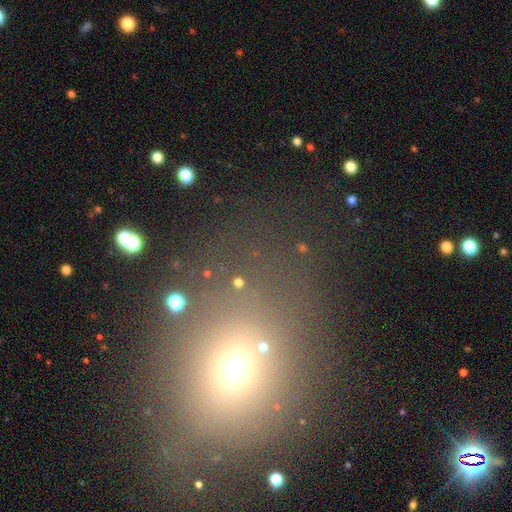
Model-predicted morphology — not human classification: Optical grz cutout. It shows a smooth galaxy with no disk features (50%). Merging: none (77%).